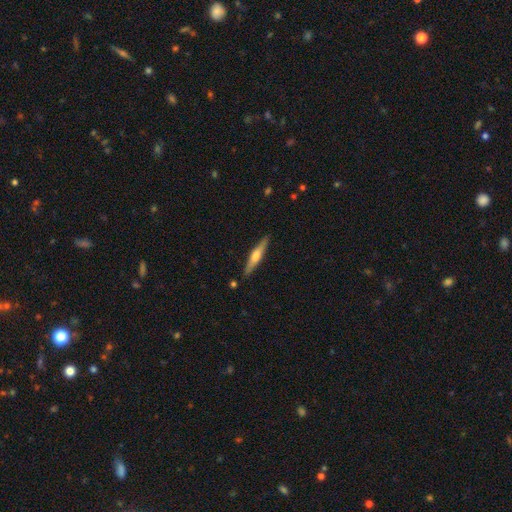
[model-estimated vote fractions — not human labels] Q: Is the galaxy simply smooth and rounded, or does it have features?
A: featured or disk — 56%.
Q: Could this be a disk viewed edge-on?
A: yes — 96%.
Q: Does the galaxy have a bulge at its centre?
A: rounded — 82%.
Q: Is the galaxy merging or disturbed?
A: none — 88%.